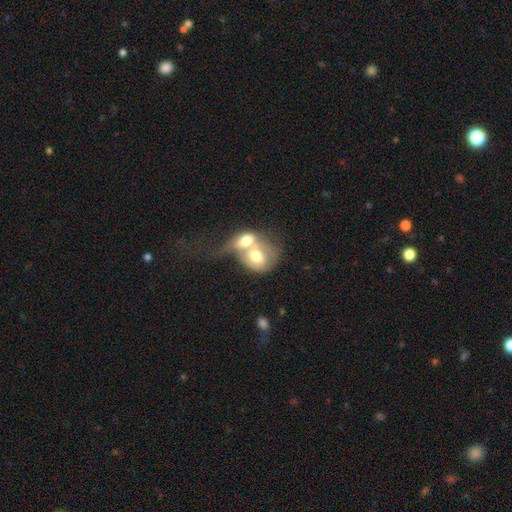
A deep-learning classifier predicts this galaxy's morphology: A smooth galaxy with no disk features (54%) that is in between round and cigar-shaped (60%).

Vote fractions:
- Smooth or featured? smooth: 54% / featured or disk: 39% / star or artifact: 7%
- How rounded? in between: 60% / round: 39% / cigar-shaped: 2%
- Merging? merger: 78% / none: 9% / major disturbance: 8% / minor disturbance: 5%